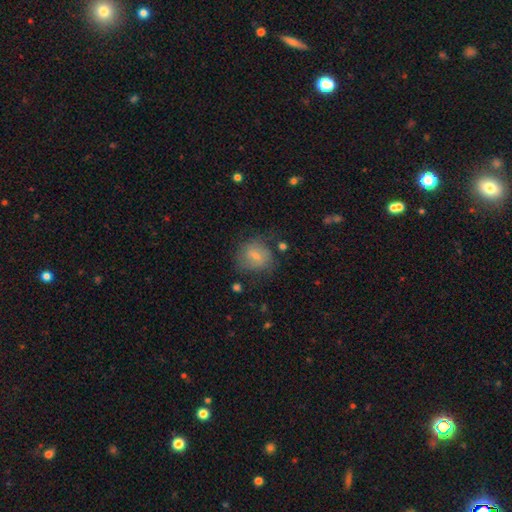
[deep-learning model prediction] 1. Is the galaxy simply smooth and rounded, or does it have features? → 65% smooth, 26% featured or disk, 9% star or artifact.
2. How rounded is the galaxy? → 72% round, 27% in between, 1% cigar-shaped.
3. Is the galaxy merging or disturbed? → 59% none, 24% minor disturbance, 14% major disturbance, 3% merger.